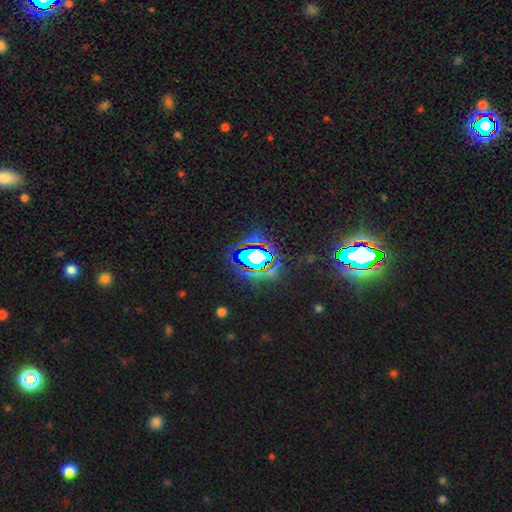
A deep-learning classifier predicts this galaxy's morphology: The model was most divided on "smooth or featured": star or artifact: 67%, smooth: 18%, featured or disk: 15%.